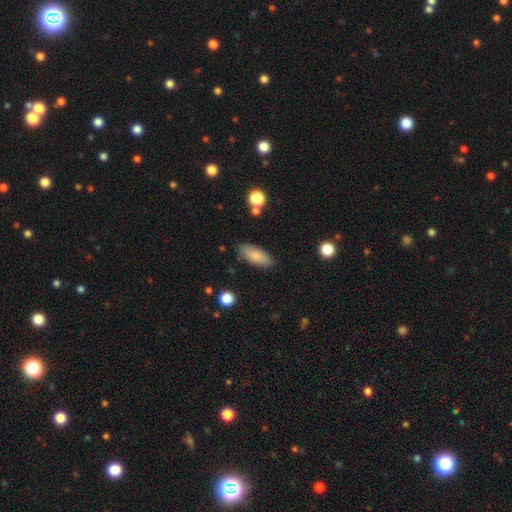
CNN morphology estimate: Q: Smooth or featured?
A: smooth (82%); runner-up: featured or disk (11%)
Q: How rounded?
A: in between (76%); runner-up: cigar-shaped (22%)
Q: Merging?
A: none (82%); runner-up: minor disturbance (13%)